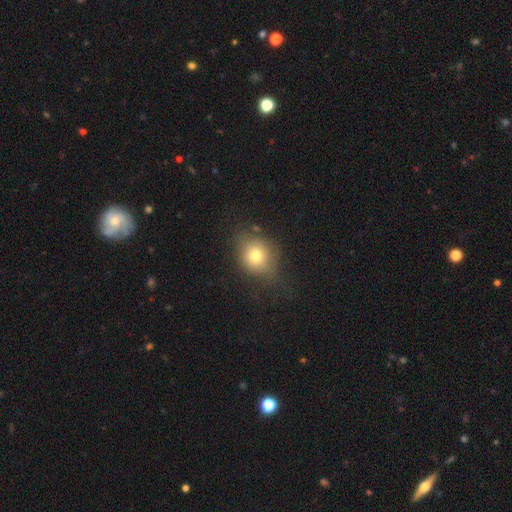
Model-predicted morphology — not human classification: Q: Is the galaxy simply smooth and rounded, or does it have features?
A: smooth — 73%.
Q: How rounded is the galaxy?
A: round — 64%.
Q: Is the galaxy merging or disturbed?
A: none — 62%.